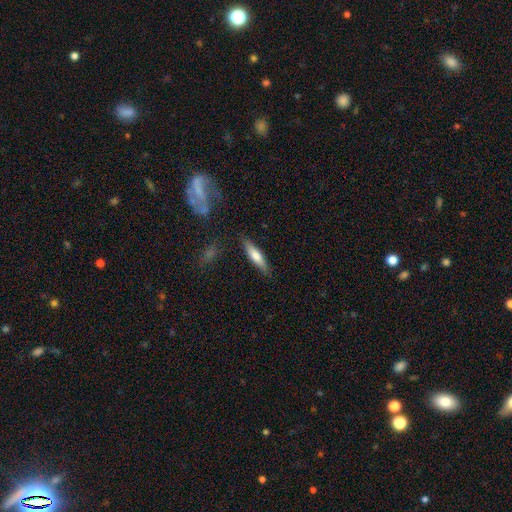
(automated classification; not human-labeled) smooth-or-featured: smooth: 67% | featured or disk: 27% | star or artifact: 6%
  how-rounded: cigar-shaped: 74% | in between: 24% | round: 2%
  merging: none: 85% | minor disturbance: 11% | major disturbance: 2% | merger: 2%